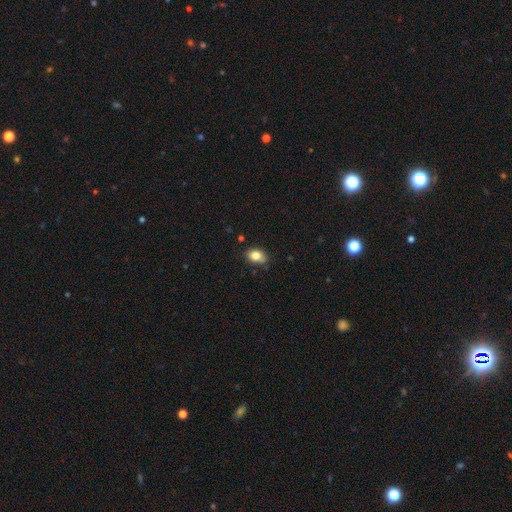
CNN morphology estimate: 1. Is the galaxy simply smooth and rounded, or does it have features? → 83% smooth, 9% star or artifact, 8% featured or disk.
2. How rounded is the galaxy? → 74% in between, 24% round, 1% cigar-shaped.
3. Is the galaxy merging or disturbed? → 76% none, 19% minor disturbance, 3% major disturbance, 2% merger.